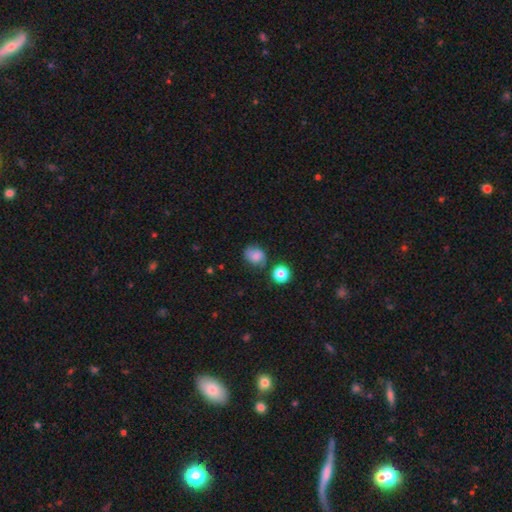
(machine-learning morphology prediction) Smooth or featured? smooth (72%)
How rounded? round (57%)
Merging? none (63%)